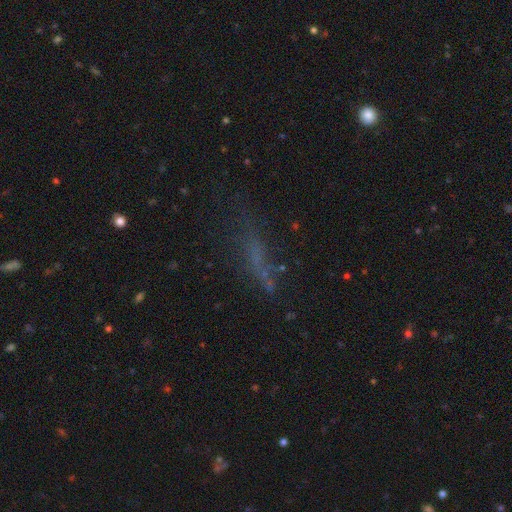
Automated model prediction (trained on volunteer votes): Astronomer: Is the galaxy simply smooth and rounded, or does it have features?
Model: smooth — 46% (runner-up: featured or disk, 28%).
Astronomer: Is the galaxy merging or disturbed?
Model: none — 52%.